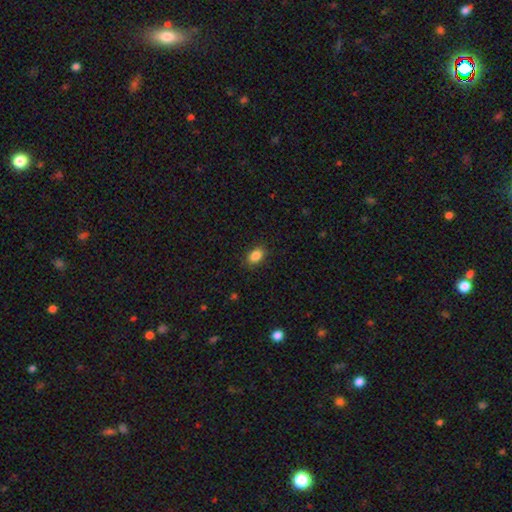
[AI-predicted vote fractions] This appears to be a smooth galaxy with no disk features (87%) that is in between round and cigar-shaped (81%). Merging: none (87%).